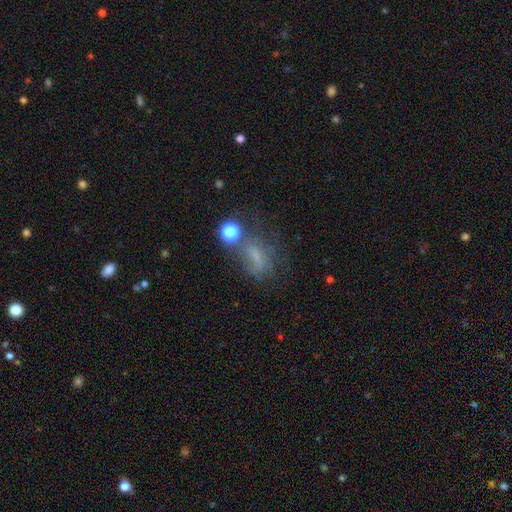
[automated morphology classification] smooth-or-featured: smooth: 41% | featured or disk: 32% | star or artifact: 27%
  merging: none: 40% | major disturbance: 27% | minor disturbance: 21% | merger: 12%